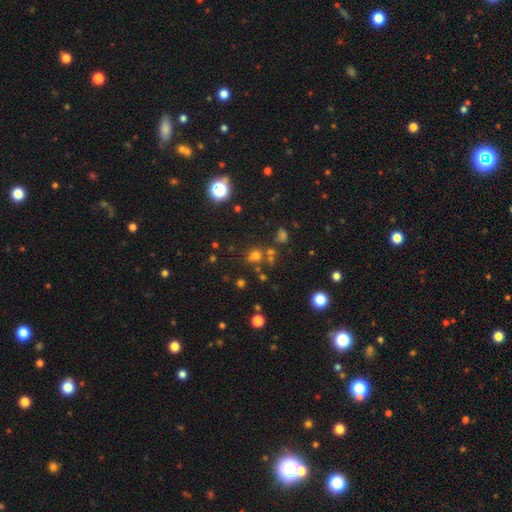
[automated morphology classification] Smooth or featured: smooth — 58% (star or artifact — 31%)
How rounded: round — 73% (in between — 26%)
Merging: none — 63% (merger — 20%)